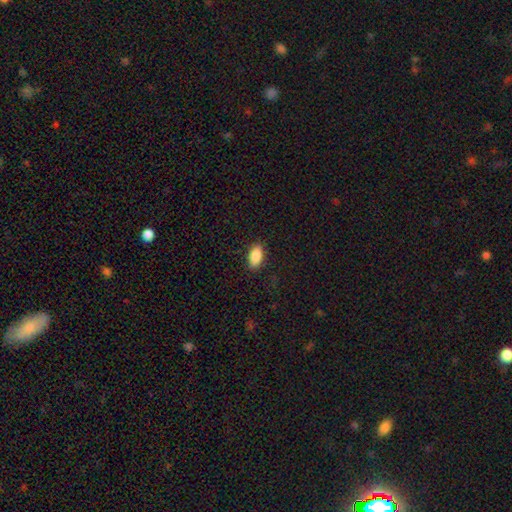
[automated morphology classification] This appears to be a smooth galaxy with no disk features (89%) that is in between round and cigar-shaped (91%). Merging: none (86%).